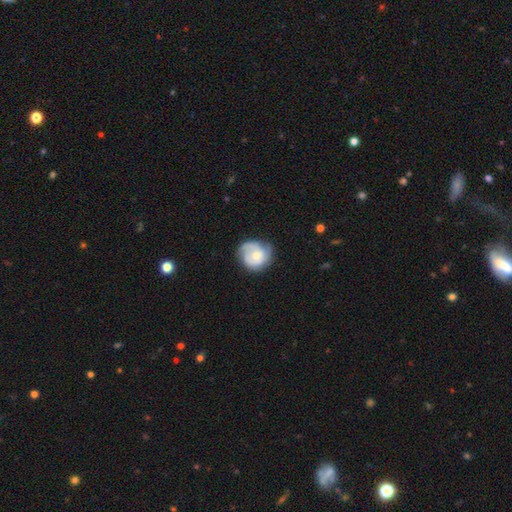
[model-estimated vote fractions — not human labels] This is possibly a featured or disk galaxy (55%). It is clearly not viewed edge-on (98%). Bar: likely no (77%). Spiral arm pattern: likely yes (78%). Central bulge: possibly moderate (50%). Merging: possibly none (60%).